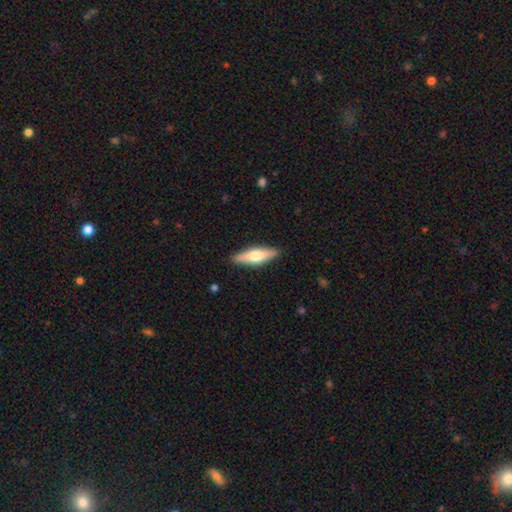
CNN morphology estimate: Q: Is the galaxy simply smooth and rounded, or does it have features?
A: smooth — 53%.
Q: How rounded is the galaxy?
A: cigar-shaped — 64%.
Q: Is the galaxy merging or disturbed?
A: none — 89%.